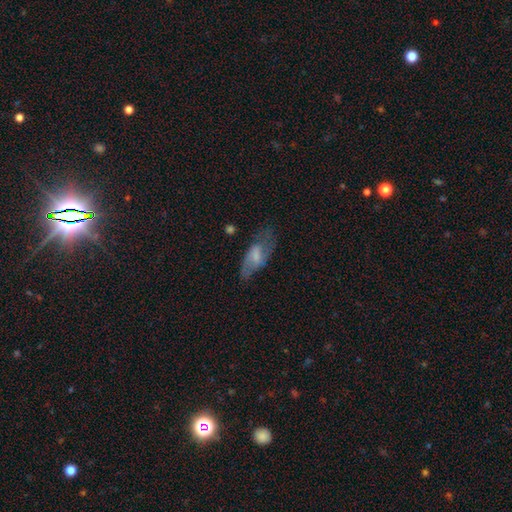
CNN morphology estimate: Smooth or featured: featured or disk — 49% (smooth — 44%)
Merging: none — 56% (minor disturbance — 25%)